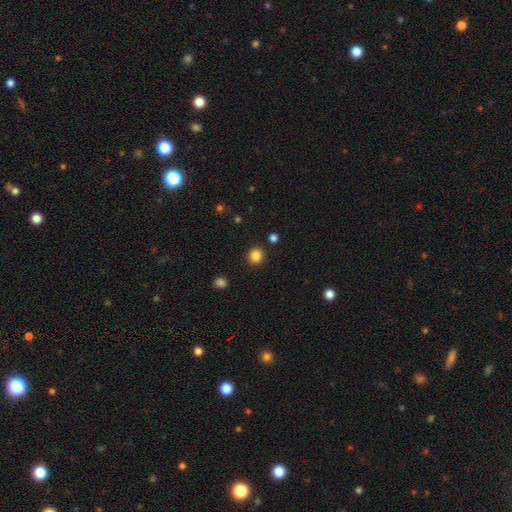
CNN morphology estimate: This appears to be a smooth galaxy with no disk features (85%) that is round (90%). Merging: none (91%).